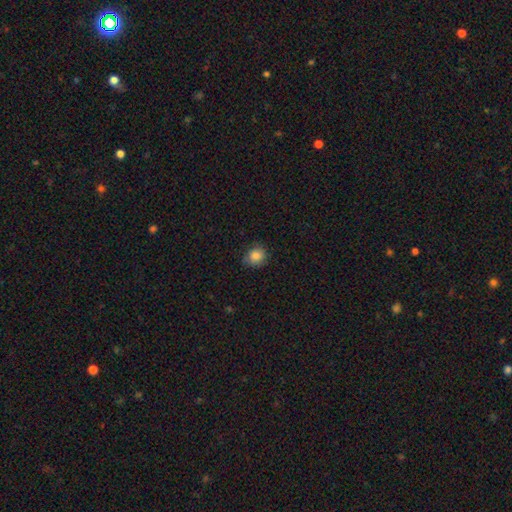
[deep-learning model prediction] smooth-or-featured: smooth: 85% | star or artifact: 9% | featured or disk: 6%
  how-rounded: round: 73% | in between: 26% | cigar-shaped: 1%
  merging: none: 75% | minor disturbance: 20% | major disturbance: 4% | merger: 1%